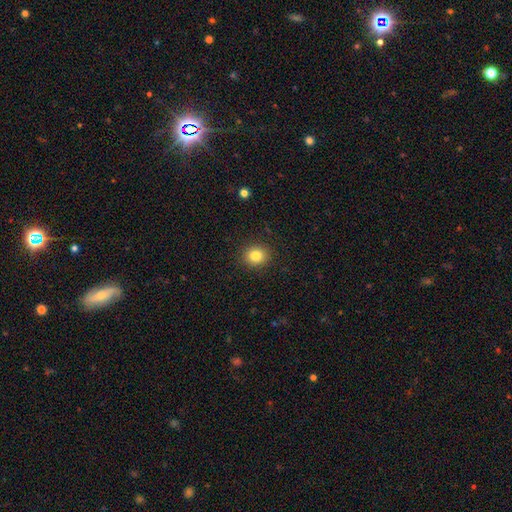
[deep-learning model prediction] This appears to be a smooth galaxy with no disk features (82%) that is round (79%). Merging: none (90%).